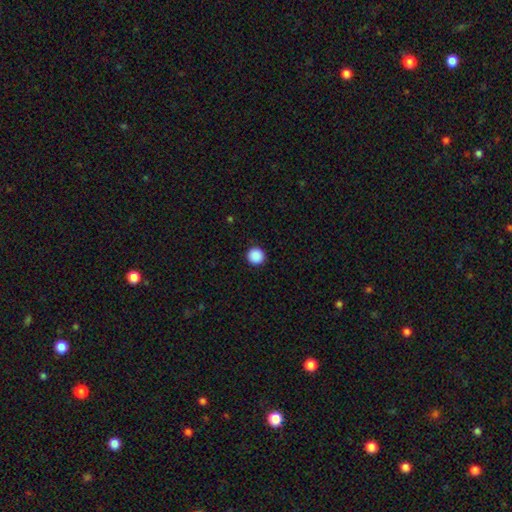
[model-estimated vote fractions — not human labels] Smooth or featured: smooth — 89% (star or artifact — 9%)
How rounded: round — 96% (in between — 3%)
Merging: none — 93% (minor disturbance — 4%)